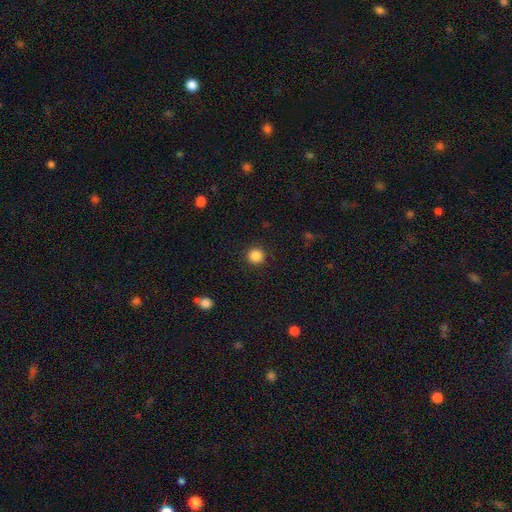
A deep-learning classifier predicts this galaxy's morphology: Smooth or featured: smooth — 87% (star or artifact — 10%)
How rounded: round — 94% (in between — 5%)
Merging: none — 92% (minor disturbance — 5%)